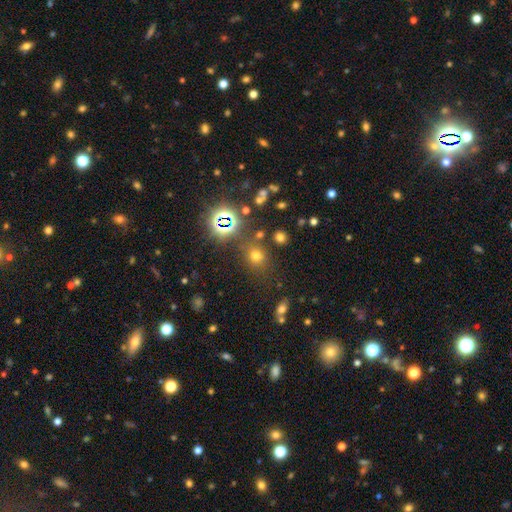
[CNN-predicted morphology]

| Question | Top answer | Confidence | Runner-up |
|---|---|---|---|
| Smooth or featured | smooth | 62% | star or artifact (29%) |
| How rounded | round | 75% | in between (24%) |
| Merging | none | 76% | minor disturbance (11%) |